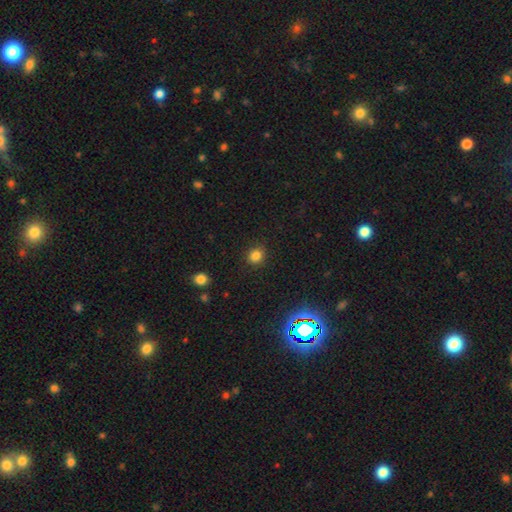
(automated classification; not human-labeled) smooth_or_featured: smooth (p=0.82) [alt: star or artifact p=0.14]
how_rounded: round (p=0.84) [alt: in between p=0.15]
merging: none (p=0.89) [alt: minor disturbance p=0.07]